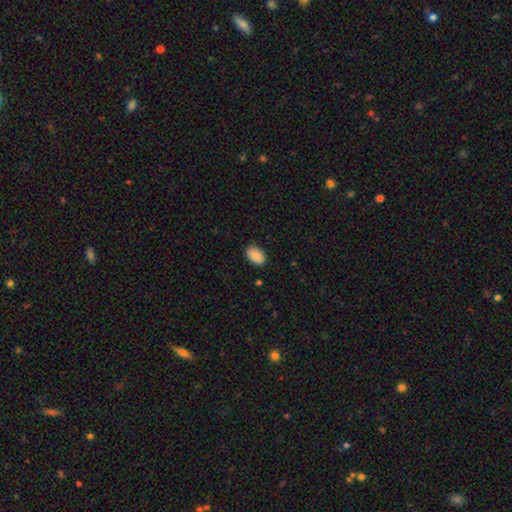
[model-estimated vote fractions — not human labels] Smooth or featured? Predicted: smooth (p=0.89). How rounded? Predicted: in between (p=0.89). Merging? Predicted: none (p=0.86).